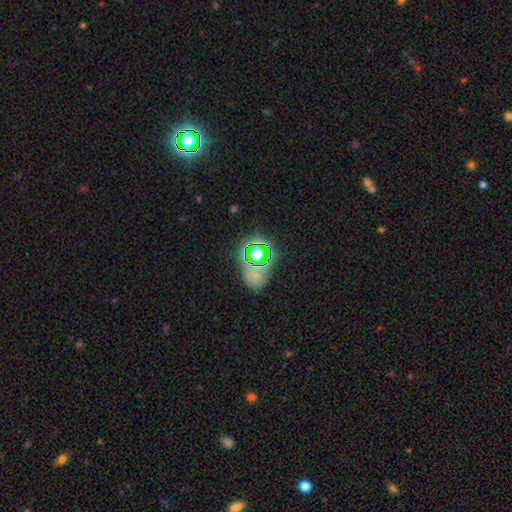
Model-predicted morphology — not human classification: Smooth or featured? Predicted: star or artifact (p=0.54).